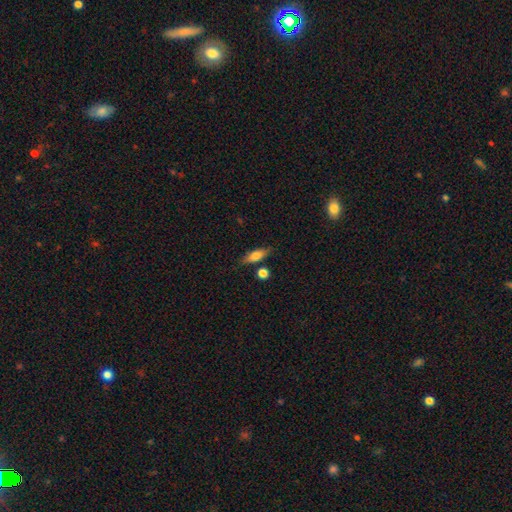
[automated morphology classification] smooth_or_featured: smooth (p=0.69) [alt: featured or disk p=0.23]
how_rounded: in between (p=0.63) [alt: cigar-shaped p=0.32]
merging: none (p=0.75) [alt: minor disturbance p=0.14]